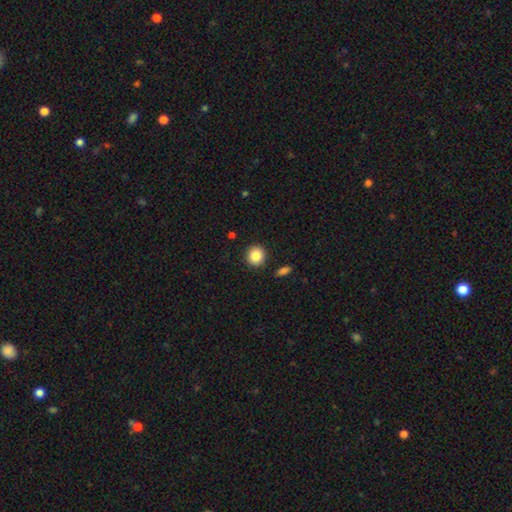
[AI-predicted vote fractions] Smooth or featured? smooth (86%)
How rounded? round (88%)
Merging? none (89%)